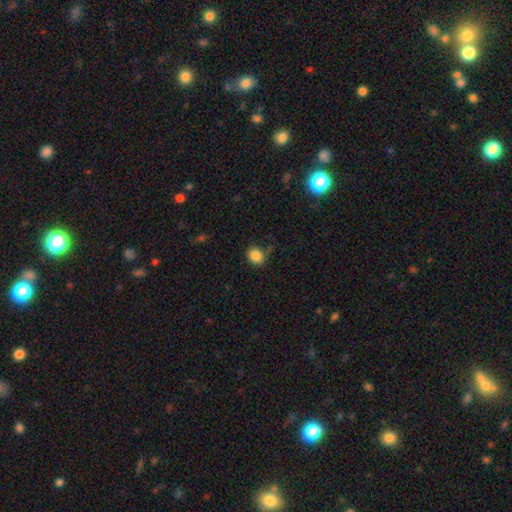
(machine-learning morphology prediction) smooth_or_featured: smooth (p=0.85) [alt: star or artifact p=0.10]
how_rounded: round (p=0.73) [alt: in between p=0.26]
merging: none (p=0.79) [alt: minor disturbance p=0.14]